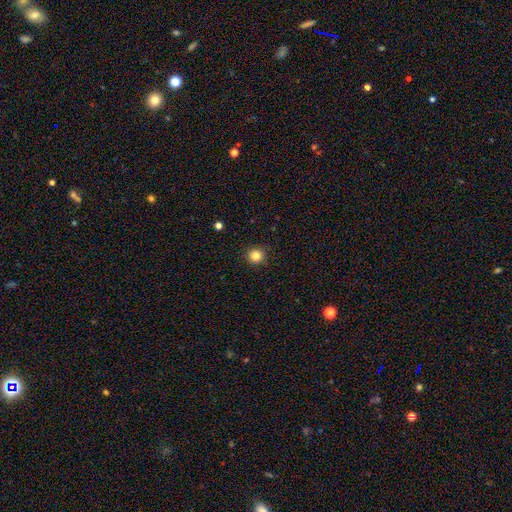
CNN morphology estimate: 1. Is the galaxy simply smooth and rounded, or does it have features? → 83% smooth, 12% star or artifact, 5% featured or disk.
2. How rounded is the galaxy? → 92% round, 7% in between, 1% cigar-shaped.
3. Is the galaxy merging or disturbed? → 92% none, 6% minor disturbance, 2% major disturbance, 1% merger.